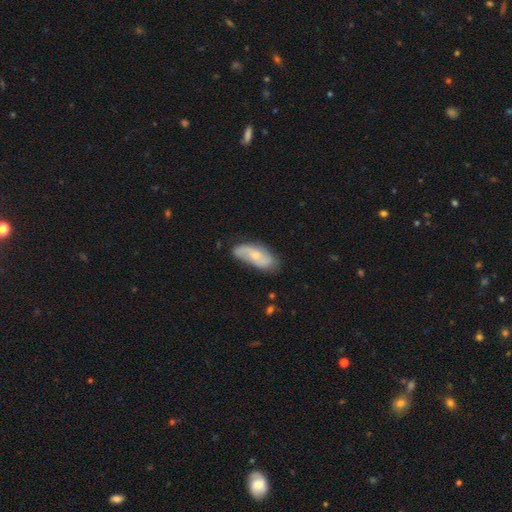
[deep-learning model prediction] Smooth or featured? Predicted: featured or disk (p=0.54). Edge-on disk? Predicted: no (p=0.88). Merging? Predicted: none (p=0.69).